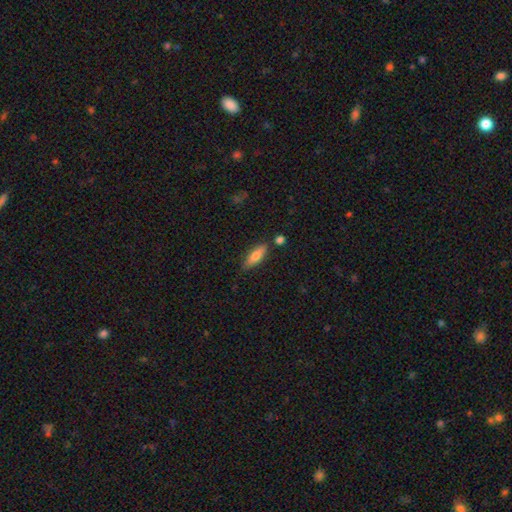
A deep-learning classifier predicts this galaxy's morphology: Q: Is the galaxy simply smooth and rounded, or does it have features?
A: smooth — 72%.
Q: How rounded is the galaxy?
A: in between — 51%.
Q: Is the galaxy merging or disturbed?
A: none — 78%.